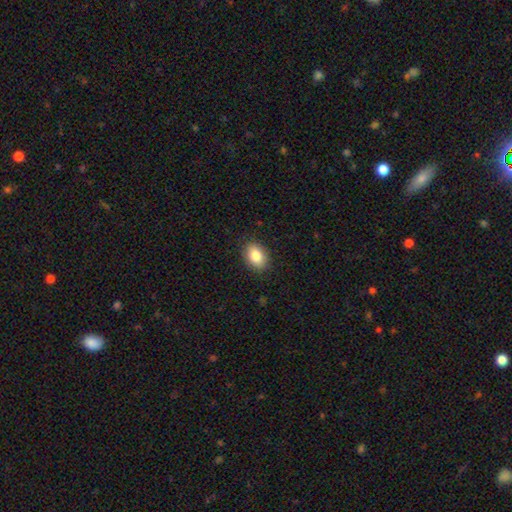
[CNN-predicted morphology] Smooth or featured: smooth — 85% (star or artifact — 8%)
How rounded: in between — 78% (round — 20%)
Merging: none — 88% (minor disturbance — 9%)